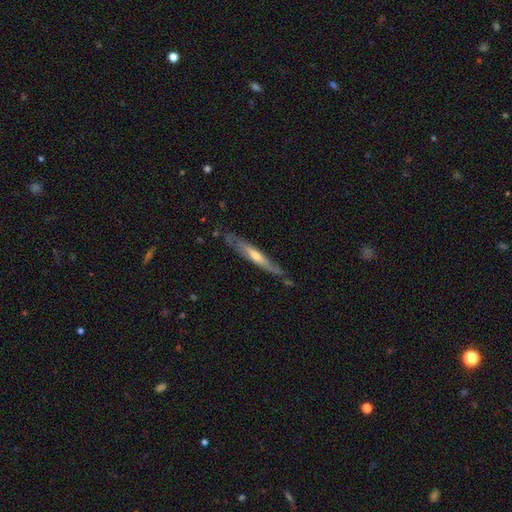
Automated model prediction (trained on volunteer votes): Overall: featured or disk (60%; smooth 35%). Edge-on disk: yes (79%). Merging: none (71%).